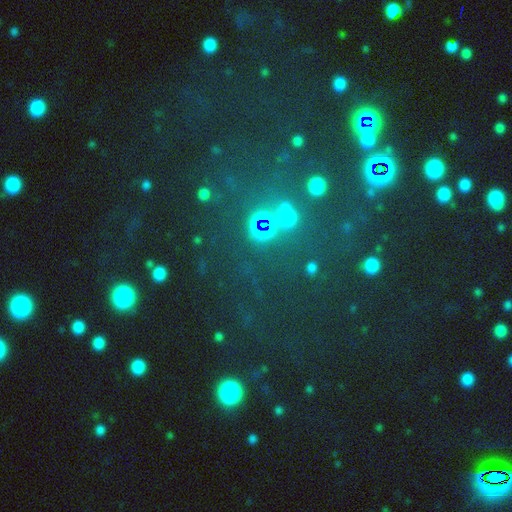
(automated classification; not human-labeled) A star or artifact, not a galaxy (61%).

Vote fractions:
- Smooth or featured? star or artifact: 61% / smooth: 28% / featured or disk: 12%